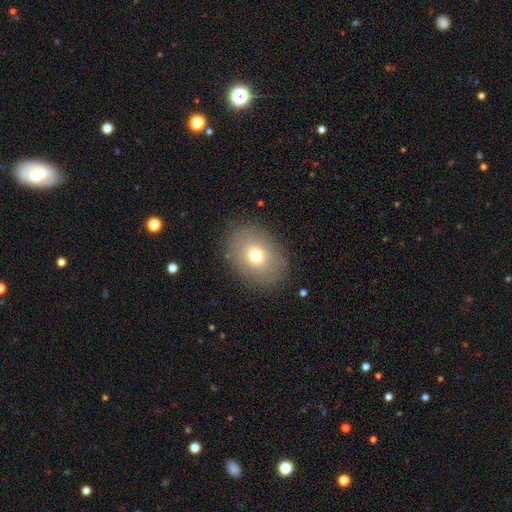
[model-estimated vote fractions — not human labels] smooth-or-featured: smooth: 71% | featured or disk: 17% | star or artifact: 12%
  how-rounded: in between: 66% | round: 33% | cigar-shaped: 1%
  merging: none: 86% | minor disturbance: 9% | major disturbance: 4% | merger: 1%